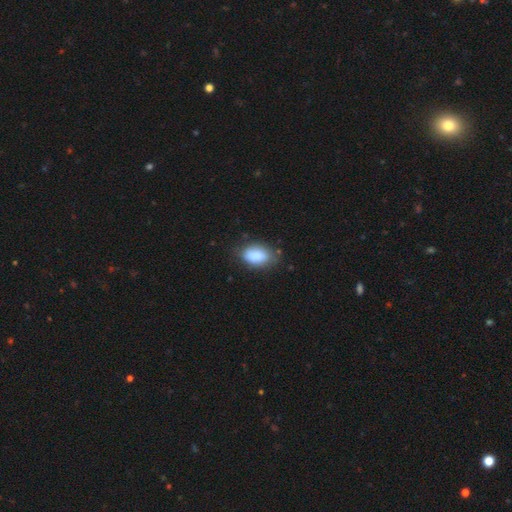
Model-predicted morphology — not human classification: This is clearly a smooth galaxy (87%). How rounded: clearly in between (90%). Merging: likely none (71%).